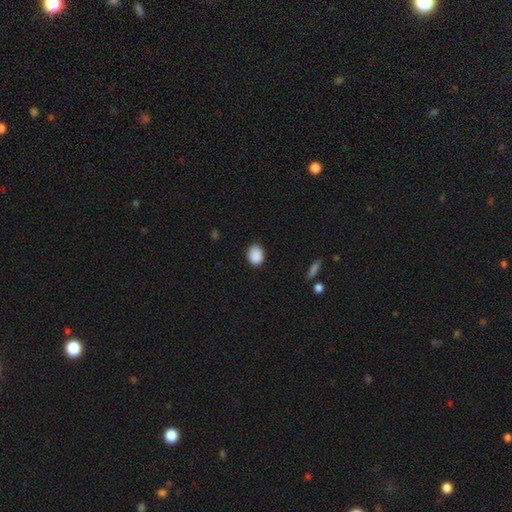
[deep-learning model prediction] Morphology: type=smooth (89%); roundness=in between (56%); merging=none (84%).